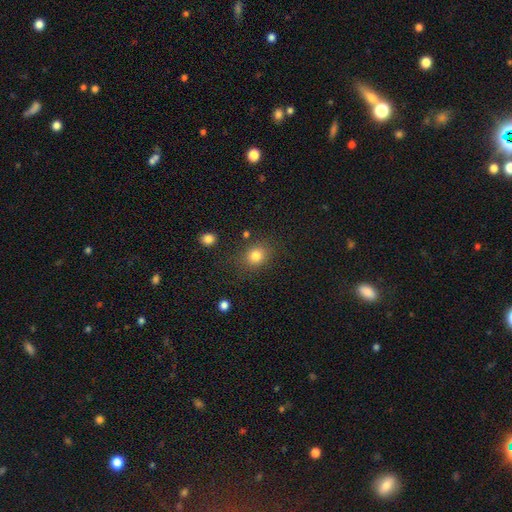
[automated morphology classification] smooth 82%, star or artifact 12%, featured or disk 6%. Down the decision tree: how rounded — round (64%); merging — none (79%).